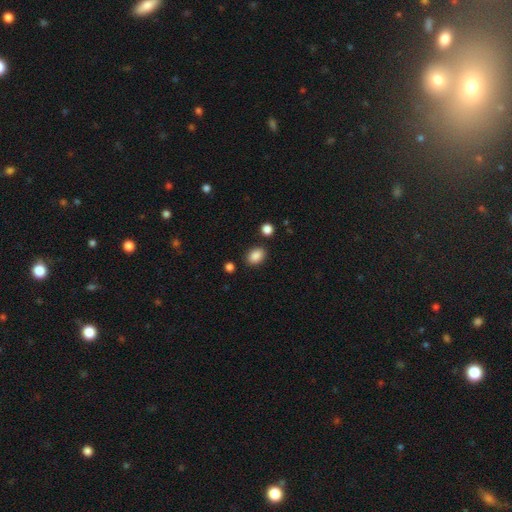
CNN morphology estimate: type=smooth (87%); roundness=in between (75%); merging=none (84%).